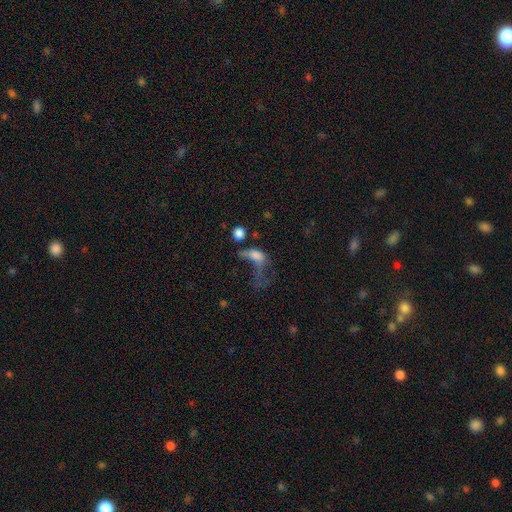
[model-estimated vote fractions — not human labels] A smooth galaxy with no disk features (60%) that is in between round and cigar-shaped (73%).

Vote fractions:
- Smooth or featured? smooth: 60% / featured or disk: 27% / star or artifact: 13%
- How rounded? in between: 73% / round: 18% / cigar-shaped: 9%
- Merging? major disturbance: 60% / merger: 16% / none: 13% / minor disturbance: 10%